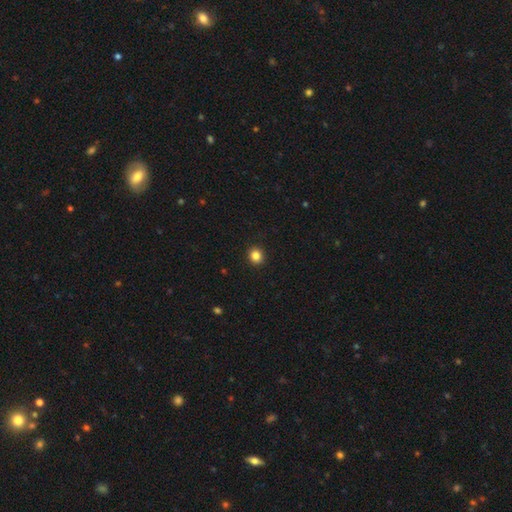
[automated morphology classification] smooth 85%, star or artifact 11%, featured or disk 4%. Down the decision tree: how rounded — round (88%); merging — none (93%).